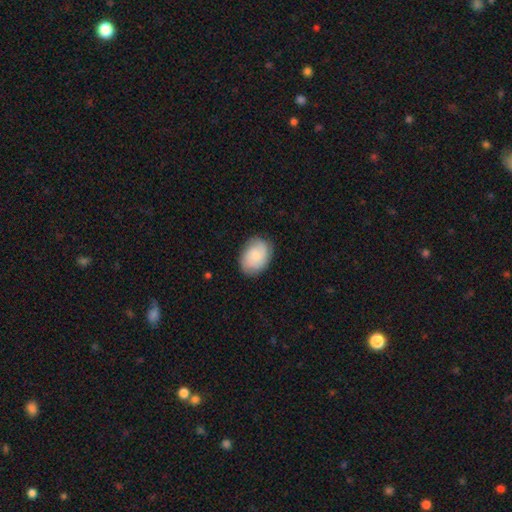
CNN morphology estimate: Smooth or featured: smooth — 68% (featured or disk — 25%)
How rounded: in between — 72% (round — 27%)
Merging: none — 80% (minor disturbance — 15%)